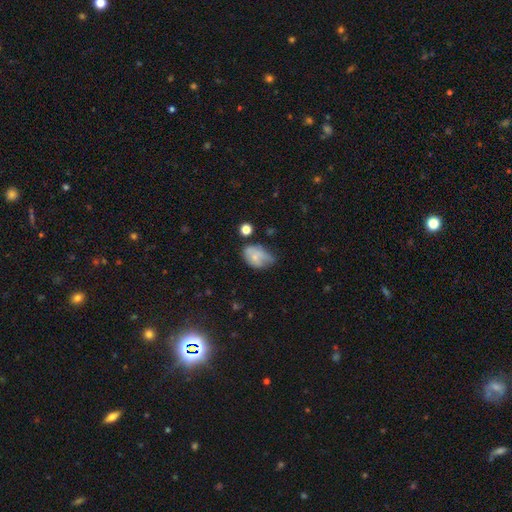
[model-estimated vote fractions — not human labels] This appears to be a smooth galaxy with no disk features (64%) that is in between round and cigar-shaped (81%). Merging: minor disturbance (42%).